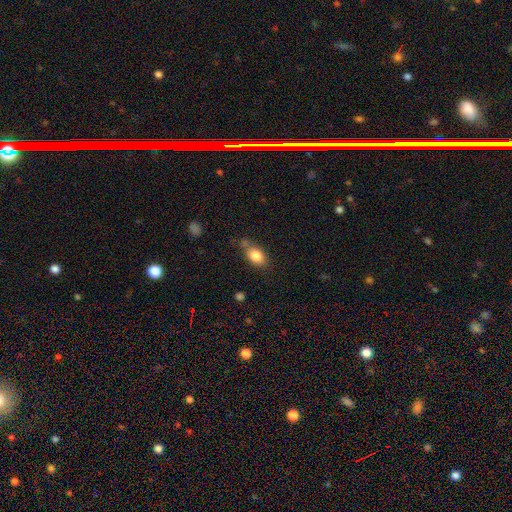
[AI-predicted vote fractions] The model was most divided on "merging": none: 62%, minor disturbance: 22%, merger: 10%, major disturbance: 6%. More confident: smooth or featured — smooth (84%); how rounded — in between (79%).